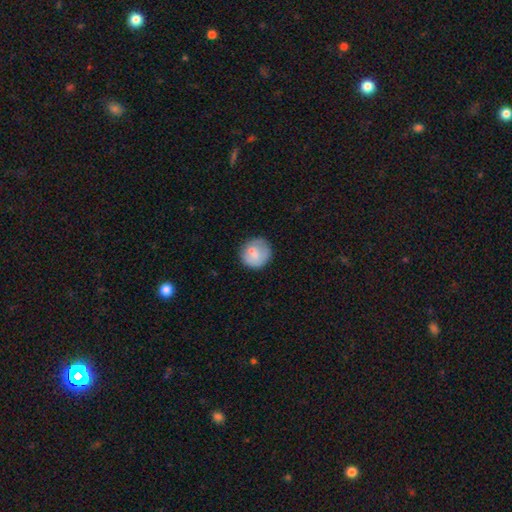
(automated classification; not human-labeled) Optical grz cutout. It shows a smooth galaxy with no disk features (75%) that is round (91%). Merging: none (73%).